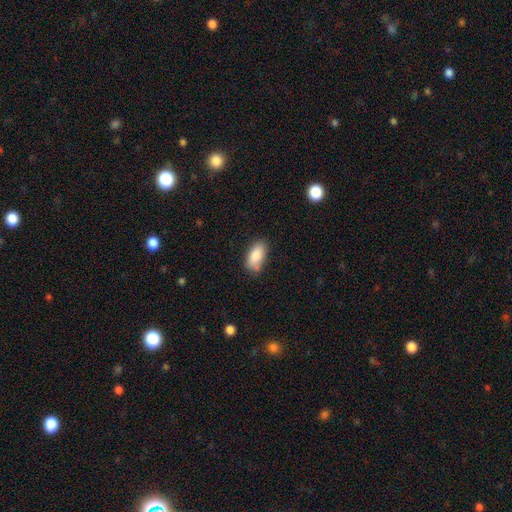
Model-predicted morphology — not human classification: Smooth or featured: smooth — 85% (featured or disk — 8%)
How rounded: in between — 91% (cigar-shaped — 6%)
Merging: none — 71% (minor disturbance — 22%)